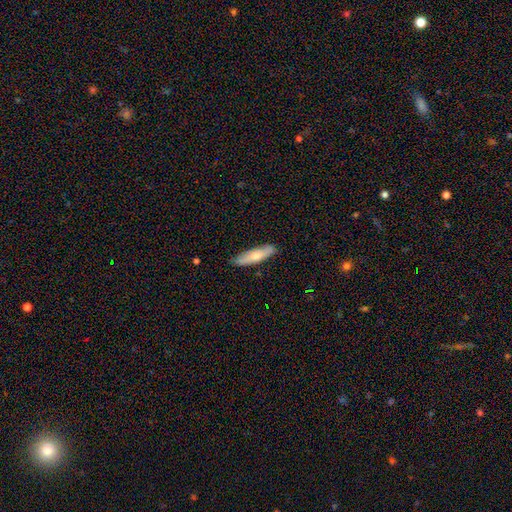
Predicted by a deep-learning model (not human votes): A smooth galaxy with no disk features (68%) that is cigar-shaped (71%). Merging: none (83%).